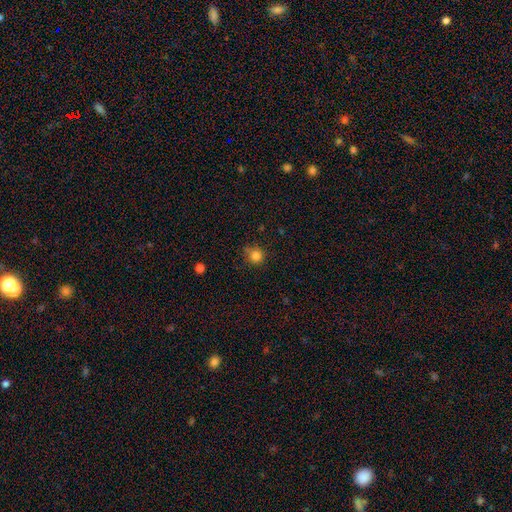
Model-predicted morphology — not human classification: type=smooth (83%); roundness=round (91%); merging=none (76%).